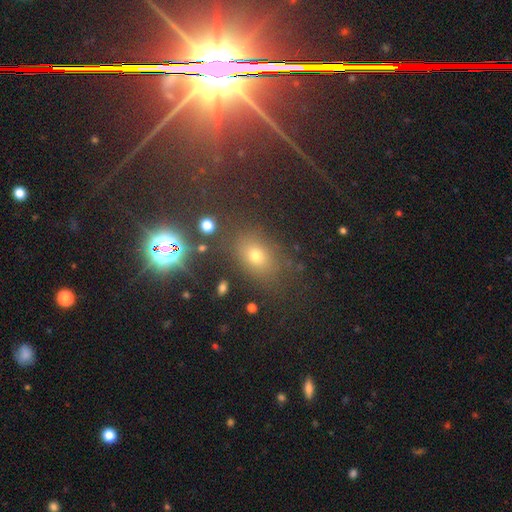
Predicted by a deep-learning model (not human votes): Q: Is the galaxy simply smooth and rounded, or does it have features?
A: smooth — 43%.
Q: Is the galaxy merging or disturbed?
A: none — 84%.